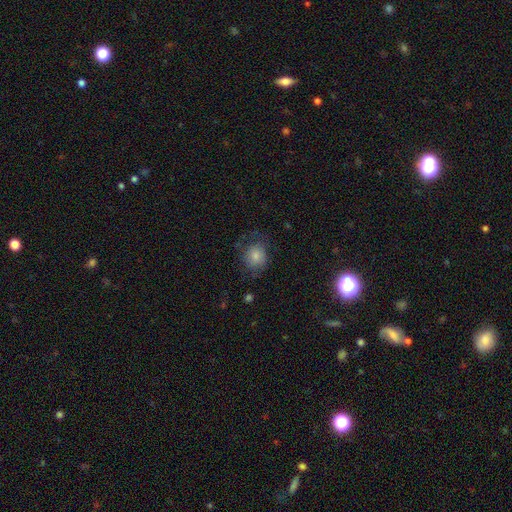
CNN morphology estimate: This appears to be a smooth galaxy with no disk features (77%) that is round (70%). Merging: none (59%).